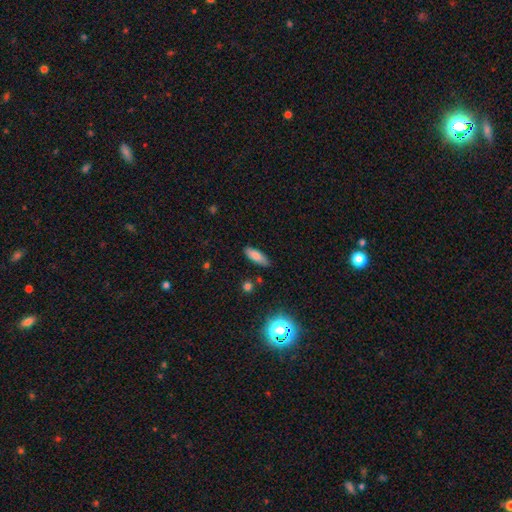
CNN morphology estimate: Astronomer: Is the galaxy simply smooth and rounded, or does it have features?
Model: smooth — 78%.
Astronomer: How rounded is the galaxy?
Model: in between — 58% (runner-up: cigar-shaped, 40%).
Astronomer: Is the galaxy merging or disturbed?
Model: none — 82%.